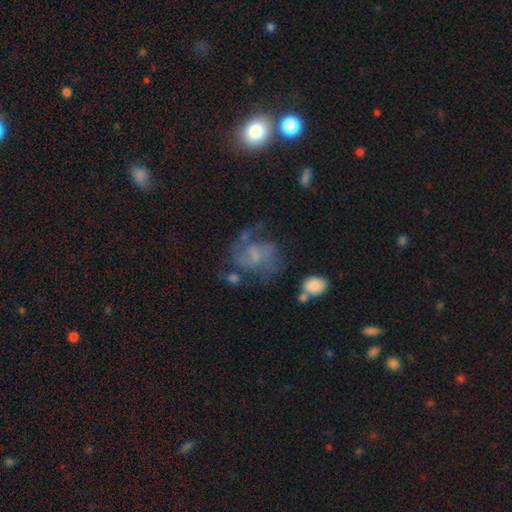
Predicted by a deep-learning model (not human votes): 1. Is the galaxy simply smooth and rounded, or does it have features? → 66% featured or disk, 21% smooth, 13% star or artifact.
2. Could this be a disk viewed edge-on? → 98% no, 2% yes.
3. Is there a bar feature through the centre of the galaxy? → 54% no, 39% weak, 8% strong.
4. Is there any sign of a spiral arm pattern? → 82% yes, 18% no.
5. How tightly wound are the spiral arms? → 48% medium, 31% loose, 21% tight.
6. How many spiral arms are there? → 56% 2, 22% can't tell, 10% 3, 7% 1, 3% 4, 3% more than 4.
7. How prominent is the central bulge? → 38% none, 35% small, 21% moderate, 4% large, 1% dominant.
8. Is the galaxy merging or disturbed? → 49% none, 25% major disturbance, 20% minor disturbance, 6% merger.